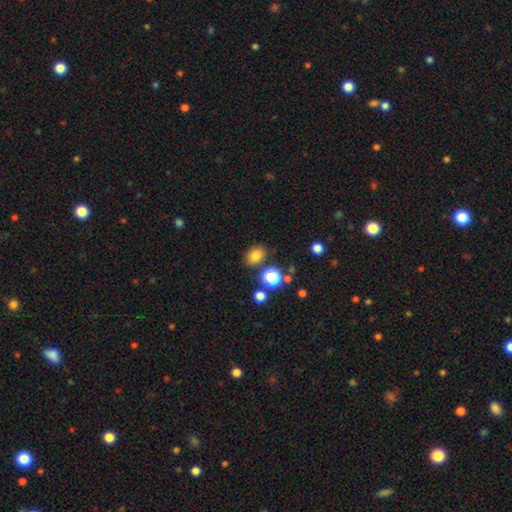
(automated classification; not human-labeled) A smooth galaxy with no disk features (80%) that is in between round and cigar-shaped (57%). Merging: none (80%).